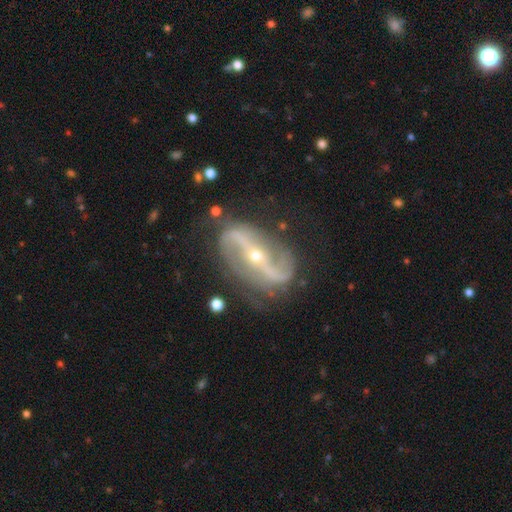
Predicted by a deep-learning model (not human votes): Morphology: type=featured or disk (90%); edge-on=no (94%); bar=strong (66%); spiral arms=yes (93%); winding=loose (54%); arm count=2 (92%); bulge=small (71%); merging=none (76%).